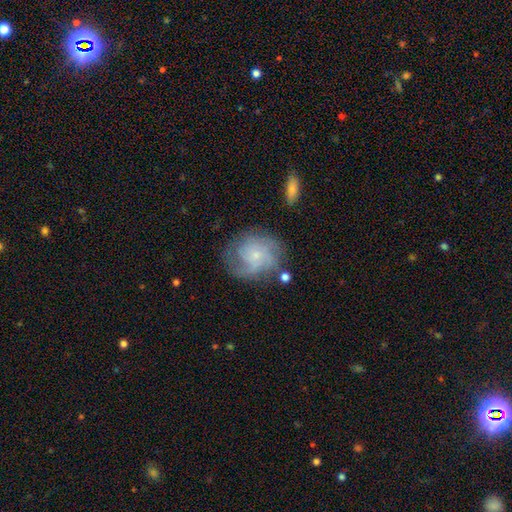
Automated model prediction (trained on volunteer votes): Overall: featured or disk (69%). Edge-on disk: no (98%). Bar: no (77%). Spiral arms: yes (90%). Spiral arm count: can't tell (32%; 3 26%). Spiral winding: tight (44%; medium 39%). Bulge size: small (76%). Merging: none (63%).